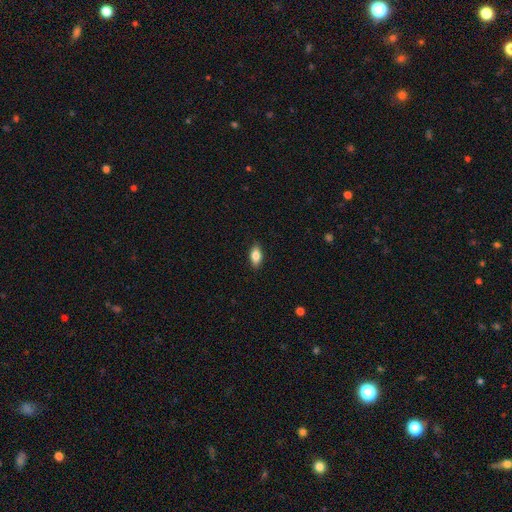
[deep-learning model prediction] Smooth or featured?
  - smooth: 82% *
  - featured or disk: 11%
  - star or artifact: 7%
How rounded?
  - in between: 87% *
  - cigar-shaped: 8%
  - round: 4%
Merging?
  - none: 88% *
  - minor disturbance: 9%
  - major disturbance: 2%
  - merger: 1%